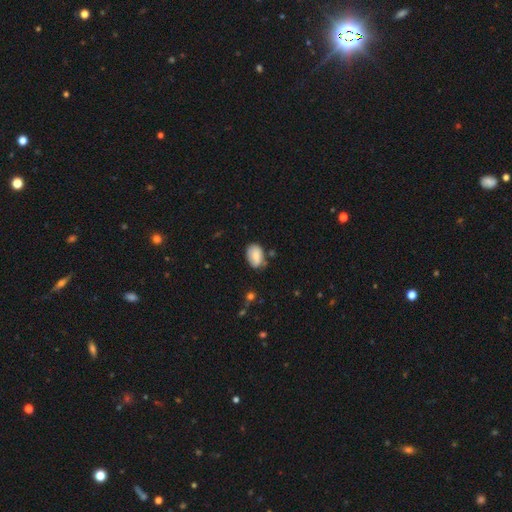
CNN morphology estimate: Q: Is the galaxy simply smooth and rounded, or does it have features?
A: smooth — 79%.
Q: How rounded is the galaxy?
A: in between — 88%.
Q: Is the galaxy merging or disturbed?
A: none — 63%.